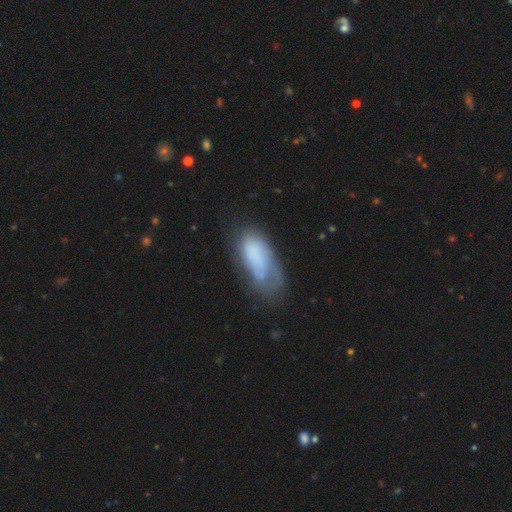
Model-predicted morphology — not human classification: This is possibly a smooth galaxy (60%). How rounded: clearly in between (86%). Merging: marginally none (33%).